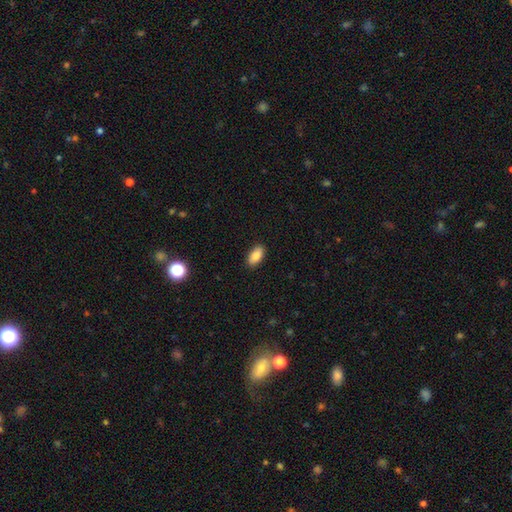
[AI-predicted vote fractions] smooth-or-featured: smooth: 86% | star or artifact: 7% | featured or disk: 7%
  how-rounded: in between: 92% | cigar-shaped: 4% | round: 3%
  merging: none: 90% | minor disturbance: 7% | major disturbance: 2% | merger: 1%